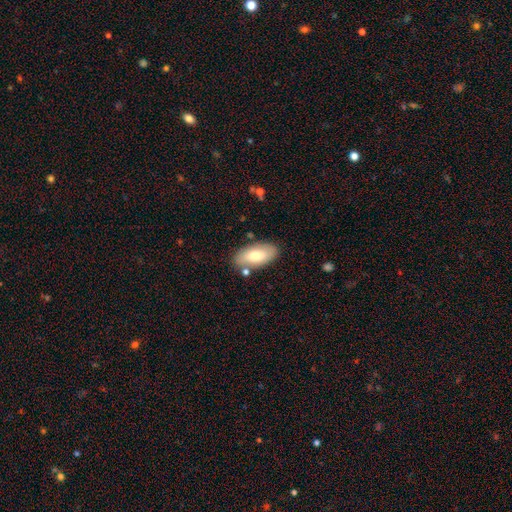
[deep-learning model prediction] smooth 73%, featured or disk 21%, star or artifact 6%. Down the decision tree: how rounded — in between (91%); merging — none (80%).